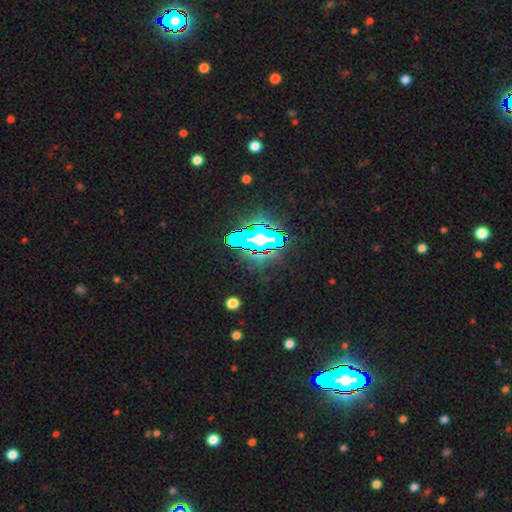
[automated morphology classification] smooth_or_featured: star or artifact (p=0.80) [alt: smooth p=0.11]